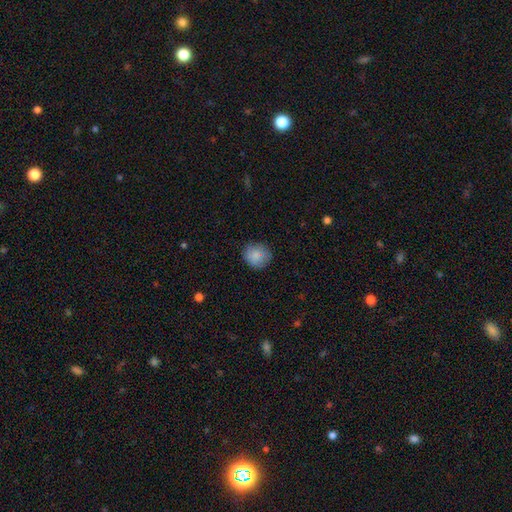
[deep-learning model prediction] smooth_or_featured: smooth (p=0.85) [alt: star or artifact p=0.08]
how_rounded: round (p=0.85) [alt: in between p=0.14]
merging: none (p=0.82) [alt: minor disturbance p=0.13]